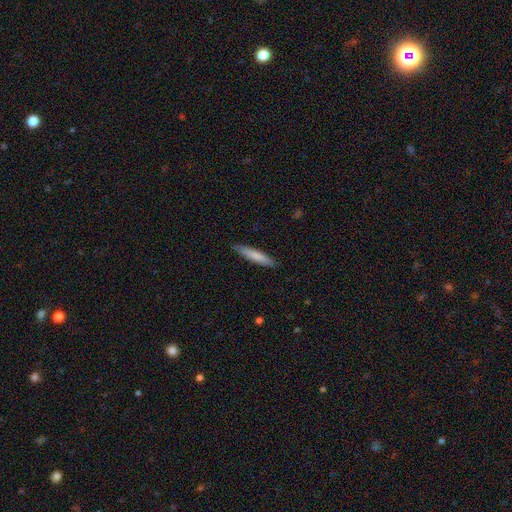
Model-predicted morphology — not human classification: The model was most divided on "smooth or featured": smooth: 78%, featured or disk: 17%, star or artifact: 5%. More confident: how rounded — cigar-shaped (89%); merging — none (87%).